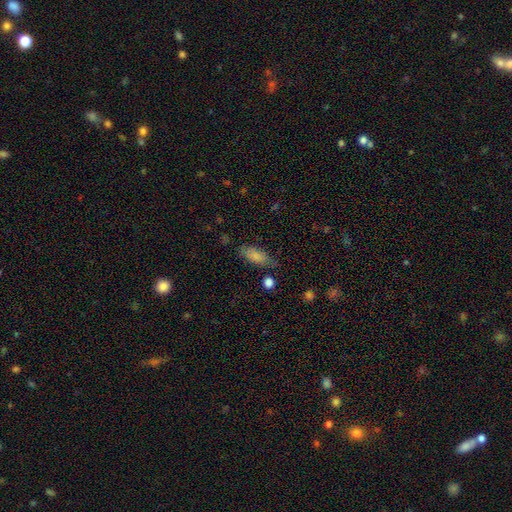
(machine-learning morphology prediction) smooth 81%, featured or disk 11%, star or artifact 8%. Down the decision tree: how rounded — in between (78%); merging — none (70%).